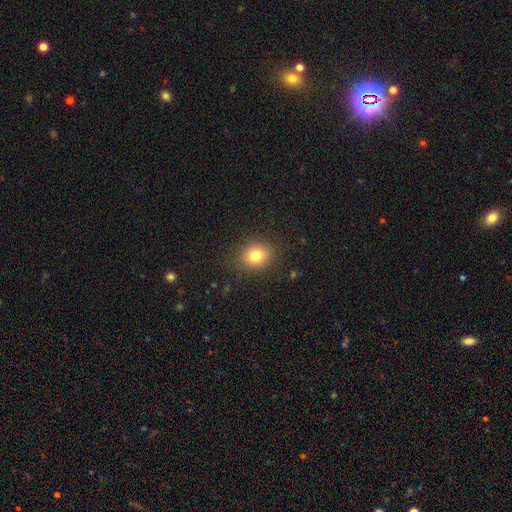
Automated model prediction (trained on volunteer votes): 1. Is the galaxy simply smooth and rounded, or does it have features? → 80% smooth, 12% star or artifact, 9% featured or disk.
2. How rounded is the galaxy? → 63% round, 36% in between, 1% cigar-shaped.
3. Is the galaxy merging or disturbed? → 86% none, 9% minor disturbance, 4% major disturbance, 1% merger.